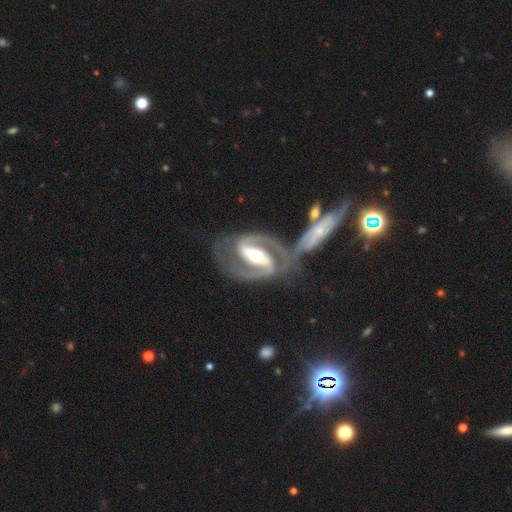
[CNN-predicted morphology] Smooth or featured? featured or disk (92%)
Edge-on disk? no (96%)
Bar? strong (74%)
Spiral arms? yes (97%)
Spiral winding? medium (54%)
Spiral arm count? 2 (93%)
Bulge size? moderate (68%)
Merging? none (49%)